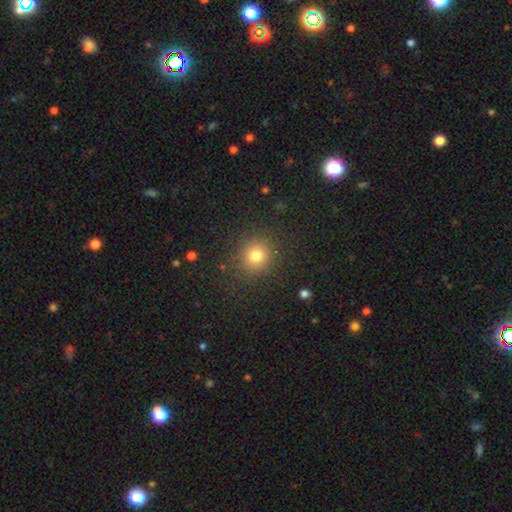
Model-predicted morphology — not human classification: smooth 79%, star or artifact 15%, featured or disk 6%. Down the decision tree: how rounded — round (89%); merging — none (88%).